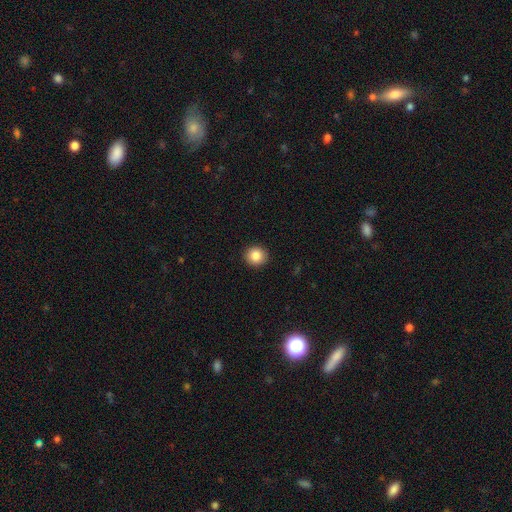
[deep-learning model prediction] This appears to be a smooth galaxy with no disk features (86%) that is round (92%). Merging: none (93%).